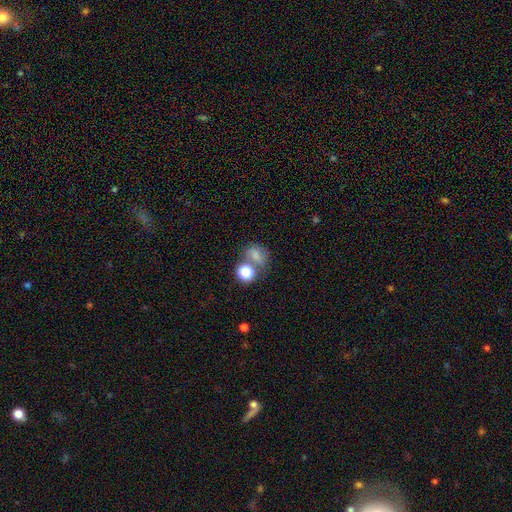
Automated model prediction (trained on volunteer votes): A smooth galaxy with no disk features (71%) that is round (50%).

Vote fractions:
- Smooth or featured? smooth: 71% / star or artifact: 17% / featured or disk: 12%
- How rounded? round: 50% / in between: 48% / cigar-shaped: 2%
- Merging? none: 45% / merger: 30% / minor disturbance: 15% / major disturbance: 10%